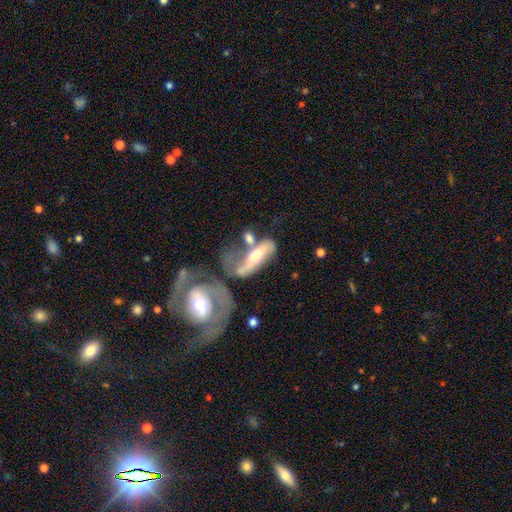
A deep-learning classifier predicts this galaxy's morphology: A featured or disk galaxy (69%).

Vote fractions:
- Smooth or featured? featured or disk: 69% / smooth: 24% / star or artifact: 7%
- Edge-on disk? no: 73% / yes: 27%
- Merging? merger: 46% / none: 22% / major disturbance: 20% / minor disturbance: 13%